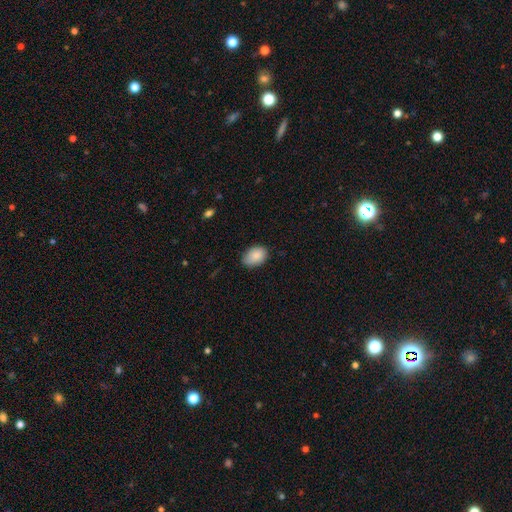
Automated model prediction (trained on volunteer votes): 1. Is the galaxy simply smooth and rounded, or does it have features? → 87% smooth, 7% star or artifact, 5% featured or disk.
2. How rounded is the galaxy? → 83% in between, 16% round, 1% cigar-shaped.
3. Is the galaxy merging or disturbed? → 77% none, 19% minor disturbance, 3% major disturbance, 1% merger.